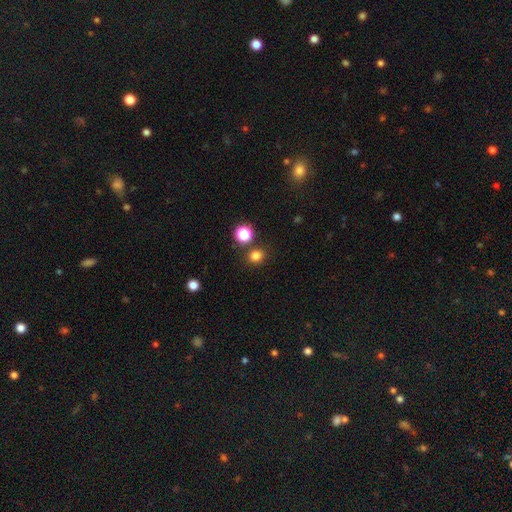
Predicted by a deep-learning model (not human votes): This is likely a smooth galaxy (79%). How rounded: likely round (74%). Merging: clearly none (82%).